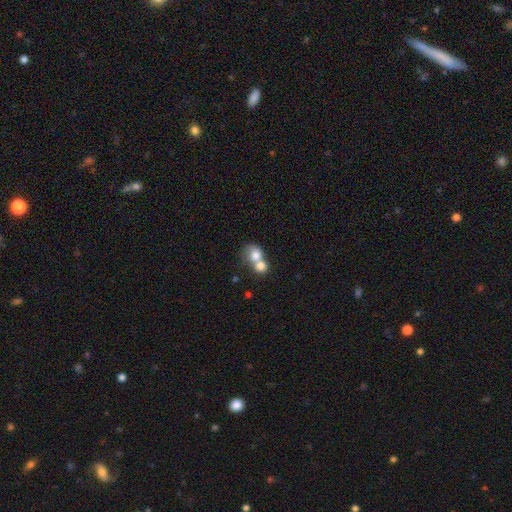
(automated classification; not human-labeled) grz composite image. It shows a smooth galaxy with no disk features (74%) that is round (65%). Merging: merger (73%).